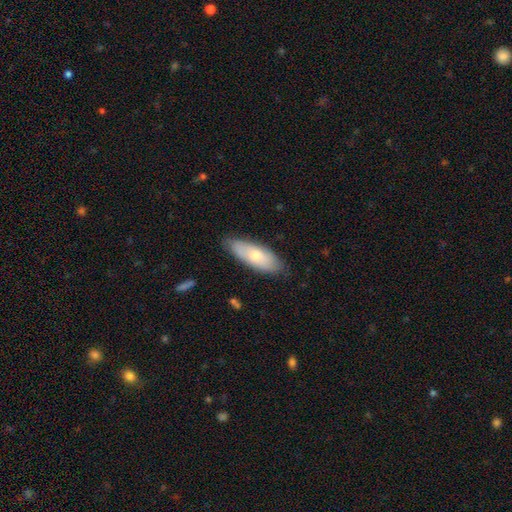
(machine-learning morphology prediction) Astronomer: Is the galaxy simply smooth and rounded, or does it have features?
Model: smooth — 69%.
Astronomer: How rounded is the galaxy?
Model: in between — 70%.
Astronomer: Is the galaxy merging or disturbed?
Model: none — 80%.